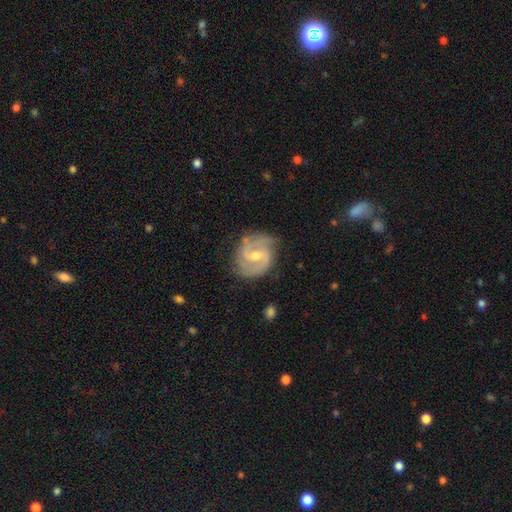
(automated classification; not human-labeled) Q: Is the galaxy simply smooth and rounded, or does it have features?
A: featured or disk — 88%.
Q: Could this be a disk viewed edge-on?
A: no — 98%.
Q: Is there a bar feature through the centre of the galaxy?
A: weak — 55%.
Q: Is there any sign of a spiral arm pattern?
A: yes — 97%.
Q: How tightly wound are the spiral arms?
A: medium — 53%.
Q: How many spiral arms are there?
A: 2 — 84%.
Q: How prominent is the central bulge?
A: moderate — 53%.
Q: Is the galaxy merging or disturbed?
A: none — 77%.